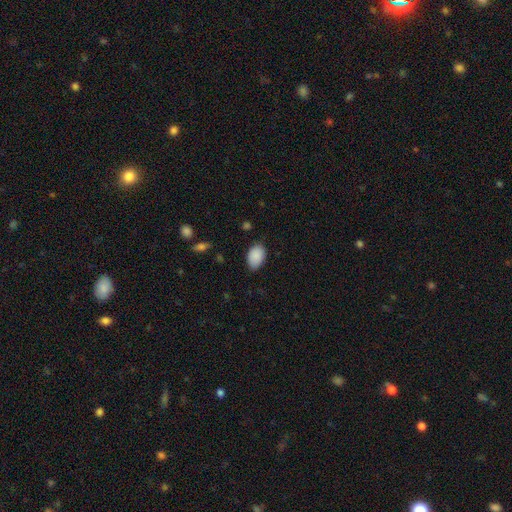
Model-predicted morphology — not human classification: smooth-or-featured: smooth: 89% | star or artifact: 7% | featured or disk: 4%
  how-rounded: in between: 89% | round: 10% | cigar-shaped: 1%
  merging: none: 78% | minor disturbance: 18% | major disturbance: 3% | merger: 1%